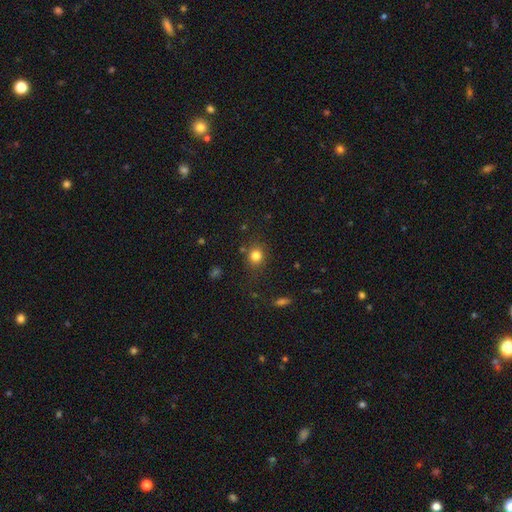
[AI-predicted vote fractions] Morphology: type=smooth (80%); roundness=round (77%); merging=none (78%).